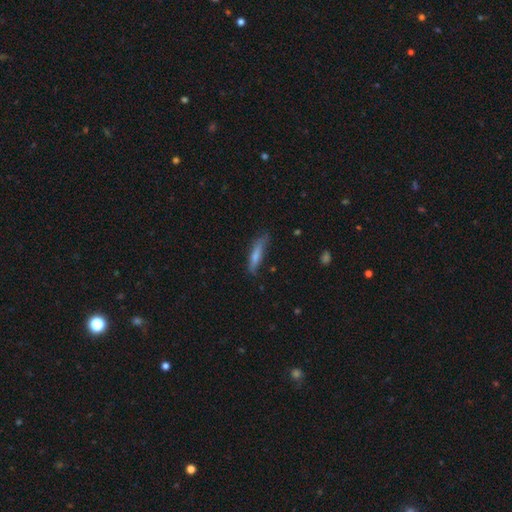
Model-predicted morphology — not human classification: Smooth or featured? smooth (59%)
How rounded? cigar-shaped (87%)
Merging? none (73%)